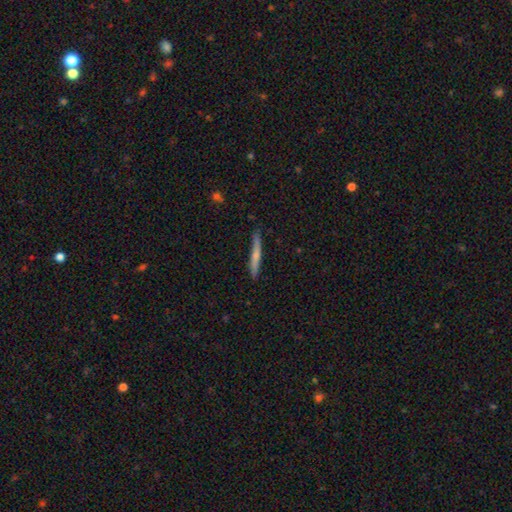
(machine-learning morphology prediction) Smooth or featured: smooth — 50% (featured or disk — 44%)
Merging: none — 86% (minor disturbance — 11%)